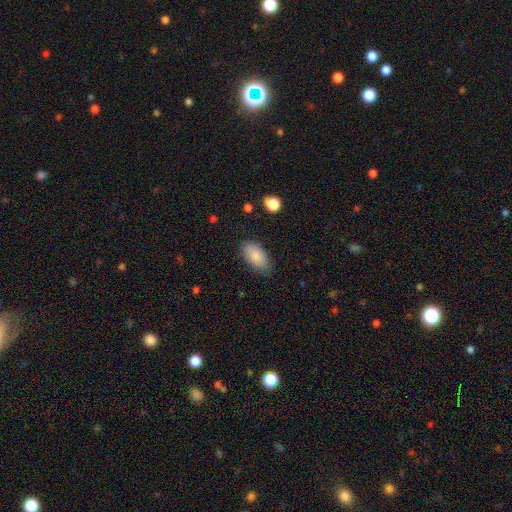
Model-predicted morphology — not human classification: Q: Smooth or featured?
A: smooth (85%); runner-up: featured or disk (8%)
Q: How rounded?
A: in between (94%); runner-up: round (3%)
Q: Merging?
A: none (79%); runner-up: minor disturbance (16%)